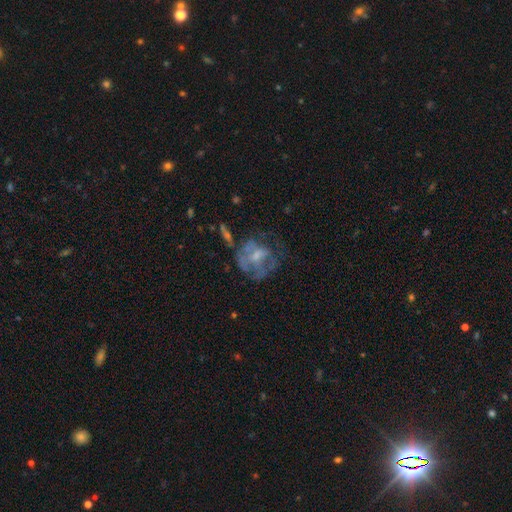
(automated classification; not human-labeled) smooth-or-featured: featured or disk: 57% | smooth: 32% | star or artifact: 11%
  disk-edge-on: no: 97% | yes: 3%
    bar: no: 67% | weak: 28% | strong: 5%
    has-spiral-arms: no: 68% | yes: 32%
    bulge-size: moderate: 36% | small: 35% | none: 23% | large: 5% | dominant: 1%
  merging: none: 40% | major disturbance: 33% | minor disturbance: 21% | merger: 6%